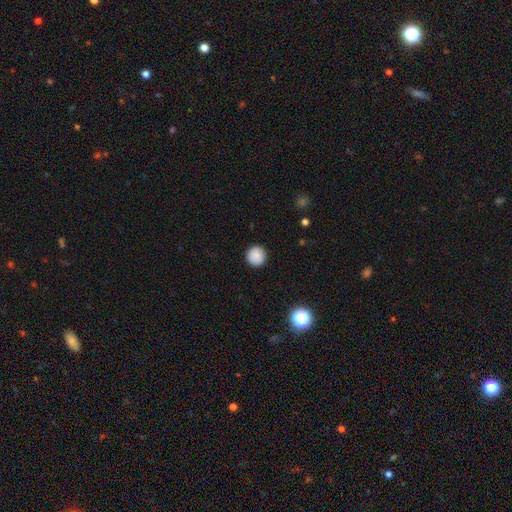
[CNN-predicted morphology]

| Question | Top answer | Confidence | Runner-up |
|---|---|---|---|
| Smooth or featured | smooth | 88% | star or artifact (9%) |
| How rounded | round | 95% | in between (4%) |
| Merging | none | 92% | minor disturbance (5%) |